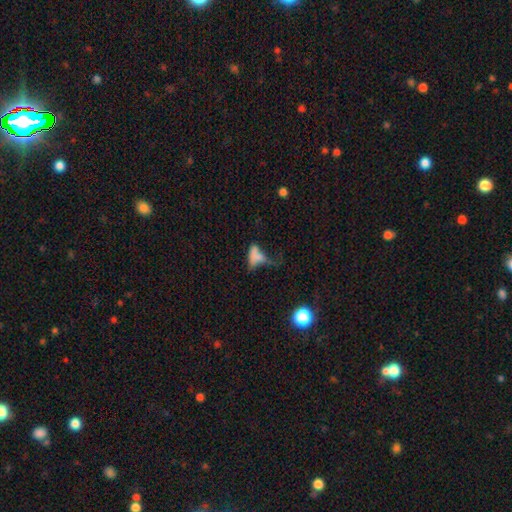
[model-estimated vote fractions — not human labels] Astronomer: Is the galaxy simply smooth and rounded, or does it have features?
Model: smooth — 59%.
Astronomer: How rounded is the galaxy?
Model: in between — 77%.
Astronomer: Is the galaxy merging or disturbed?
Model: major disturbance — 39% (runner-up: merger, 24%).